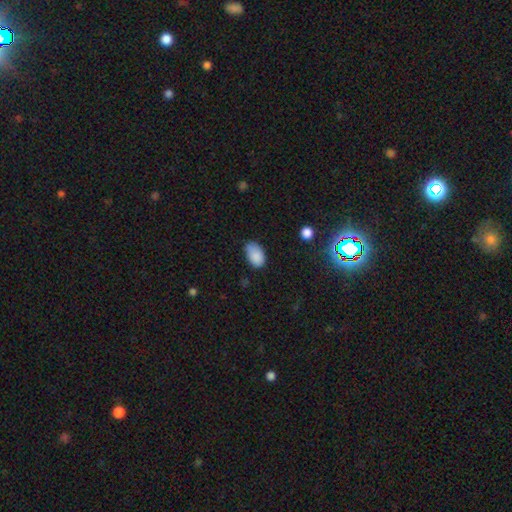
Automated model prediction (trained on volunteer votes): Smooth or featured? Predicted: smooth (p=0.87). How rounded? Predicted: in between (p=0.91). Merging? Predicted: none (p=0.59).